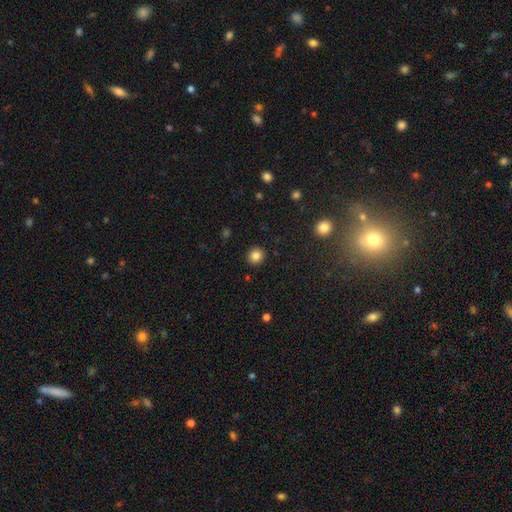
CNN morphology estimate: This appears to be a smooth galaxy with no disk features (84%) that is round (91%). Merging: none (92%).